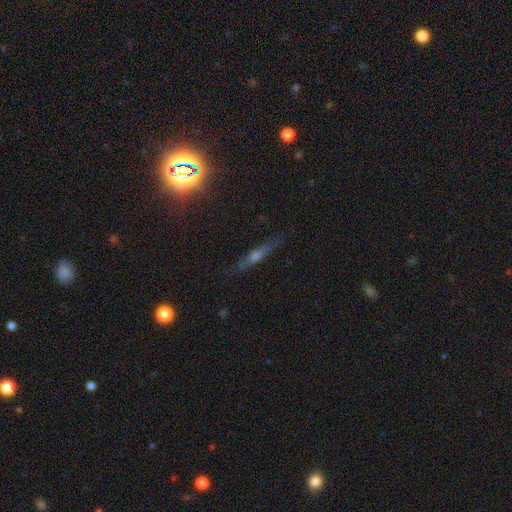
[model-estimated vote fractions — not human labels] Smooth or featured: featured or disk — 56% (smooth — 26%)
Edge-on disk: yes — 90% (no — 10%)
Edge-on bulge: rounded — 78% (none — 12%)
Merging: none — 83% (minor disturbance — 12%)